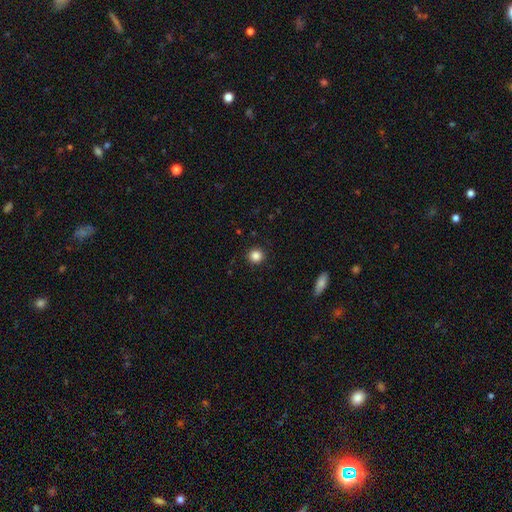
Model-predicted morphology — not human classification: The model was most divided on "smooth or featured": smooth: 85%, star or artifact: 11%, featured or disk: 4%. More confident: how rounded — round (94%); merging — none (92%).